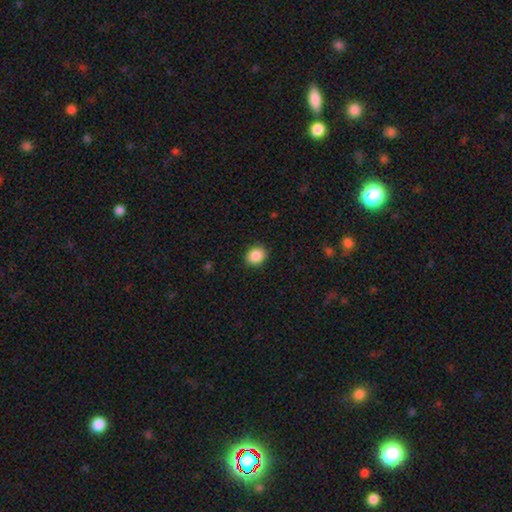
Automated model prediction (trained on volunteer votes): Smooth or featured?
  - smooth: 88% *
  - star or artifact: 9%
  - featured or disk: 3%
How rounded?
  - round: 64% *
  - in between: 35%
  - cigar-shaped: 1%
Merging?
  - none: 89% *
  - minor disturbance: 7%
  - major disturbance: 2%
  - merger: 1%